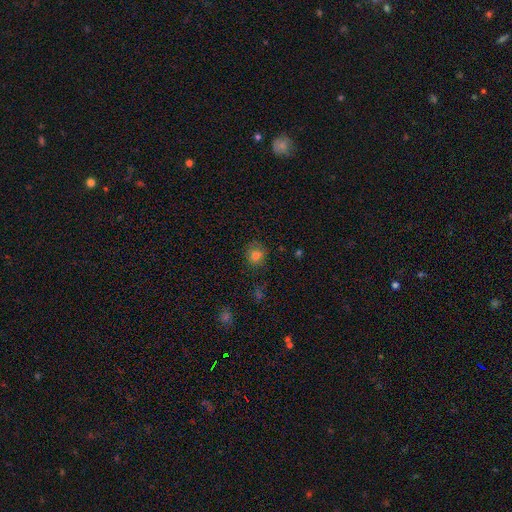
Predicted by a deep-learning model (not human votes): This is likely a smooth galaxy (78%). How rounded: likely round (79%). Merging: likely none (77%).